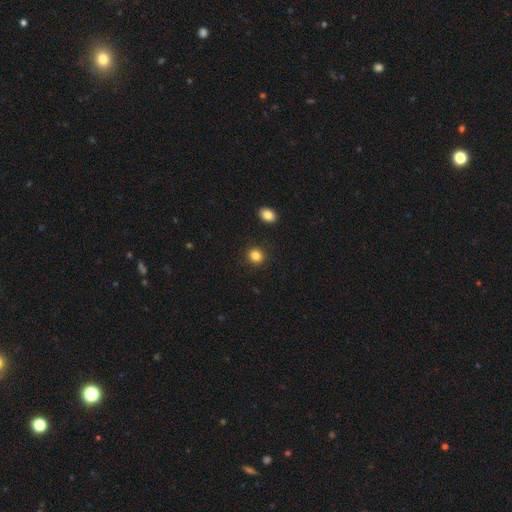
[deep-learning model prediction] Smooth or featured? Predicted: smooth (p=0.85). How rounded? Predicted: round (p=0.86). Merging? Predicted: none (p=0.91).